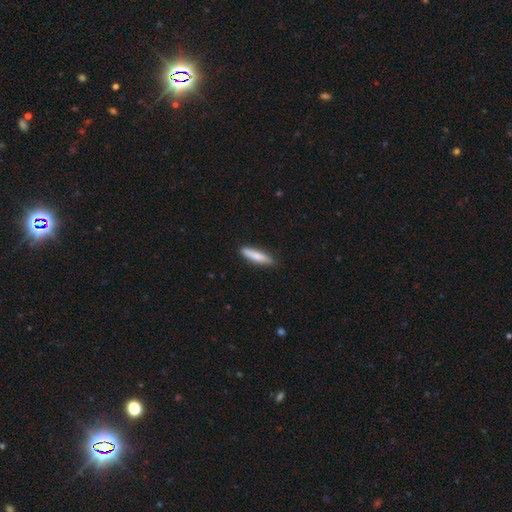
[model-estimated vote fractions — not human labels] Overall: smooth (78%). How rounded: cigar-shaped (82%). Merging: none (87%).